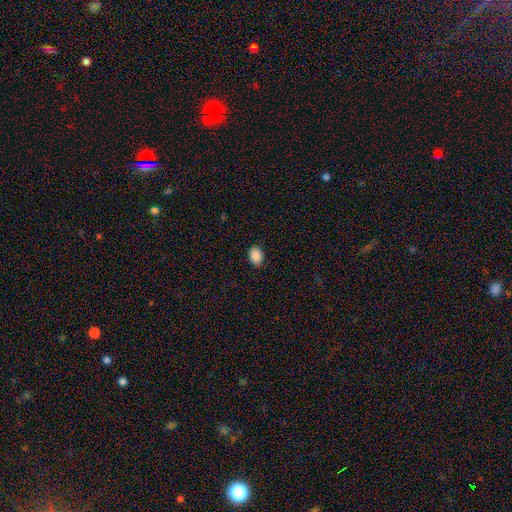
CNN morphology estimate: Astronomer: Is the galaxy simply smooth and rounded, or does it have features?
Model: smooth — 89%.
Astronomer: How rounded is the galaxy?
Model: in between — 74%.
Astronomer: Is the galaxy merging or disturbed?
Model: none — 87%.